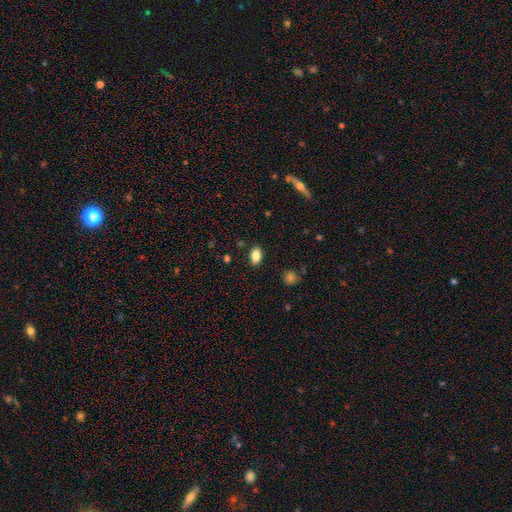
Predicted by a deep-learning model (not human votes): Smooth or featured?
  - smooth: 84% *
  - star or artifact: 8%
  - featured or disk: 8%
How rounded?
  - in between: 89% *
  - round: 8%
  - cigar-shaped: 3%
Merging?
  - none: 88% *
  - minor disturbance: 9%
  - major disturbance: 2%
  - merger: 1%